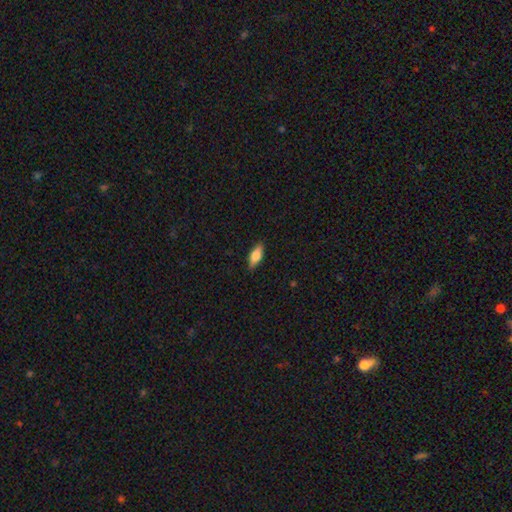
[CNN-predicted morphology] This is likely a smooth galaxy (67%). How rounded: likely in between (71%). Merging: clearly none (88%).